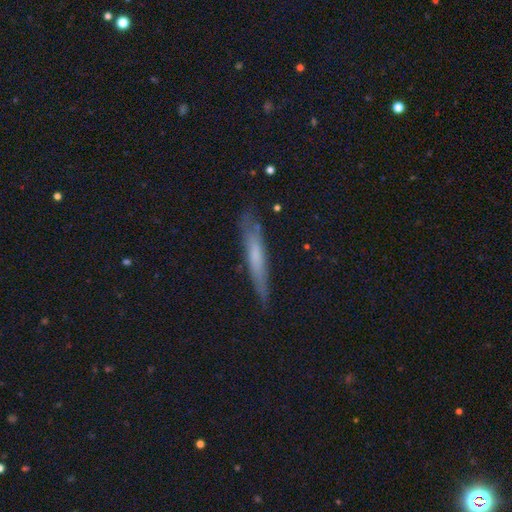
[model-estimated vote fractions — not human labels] Morphology: type=smooth (48%); merging=none (79%).